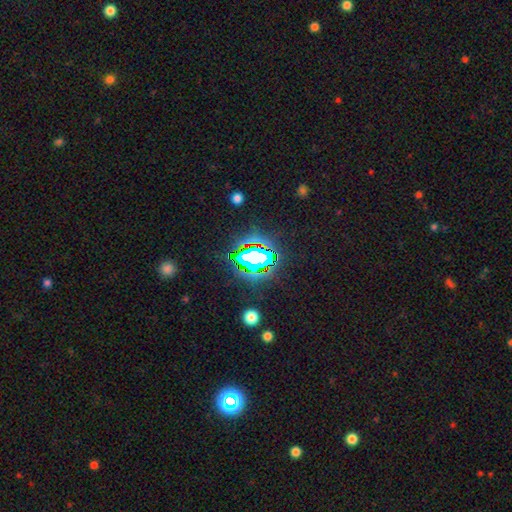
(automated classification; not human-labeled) This is likely a star or artifact rather than a galaxy (68%).